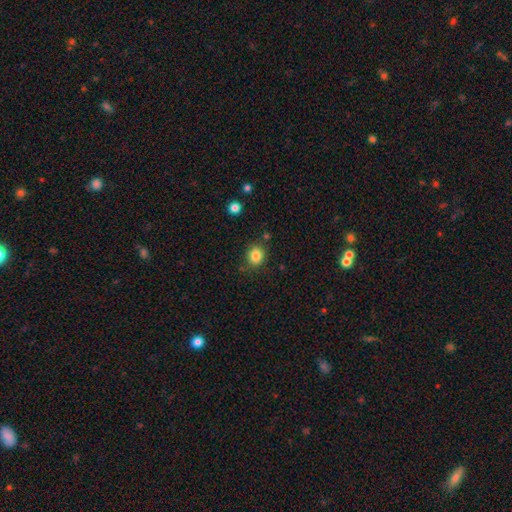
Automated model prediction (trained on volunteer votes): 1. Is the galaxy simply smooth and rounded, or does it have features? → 84% smooth, 11% star or artifact, 5% featured or disk.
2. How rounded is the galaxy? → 76% round, 23% in between, 1% cigar-shaped.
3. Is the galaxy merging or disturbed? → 82% none, 11% minor disturbance, 4% merger, 3% major disturbance.